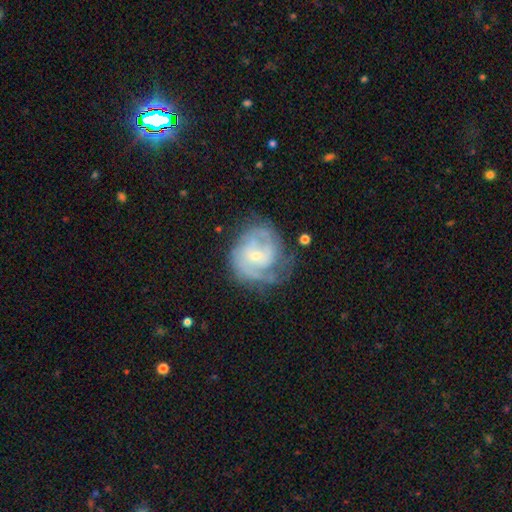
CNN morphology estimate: This appears to be a featured or disk galaxy (77%) with no bar (61%), 2 (38%) tight (51%) spiral arms (87%) and a small central bulge (69%). Merging: none (58%).